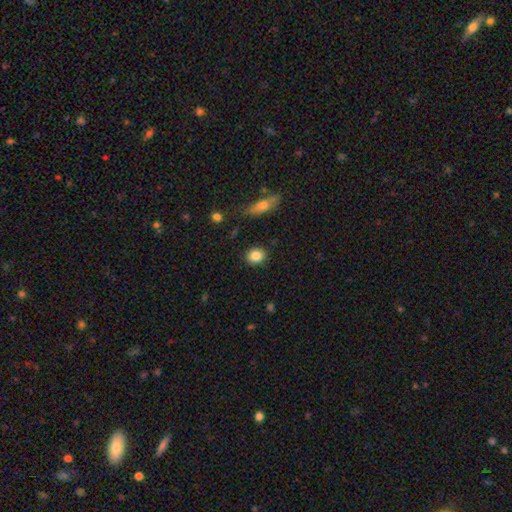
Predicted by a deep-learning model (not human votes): Smooth or featured?
  - smooth: 85% *
  - star or artifact: 9%
  - featured or disk: 7%
How rounded?
  - round: 70% *
  - in between: 28%
  - cigar-shaped: 1%
Merging?
  - none: 87% *
  - minor disturbance: 8%
  - major disturbance: 2%
  - merger: 2%